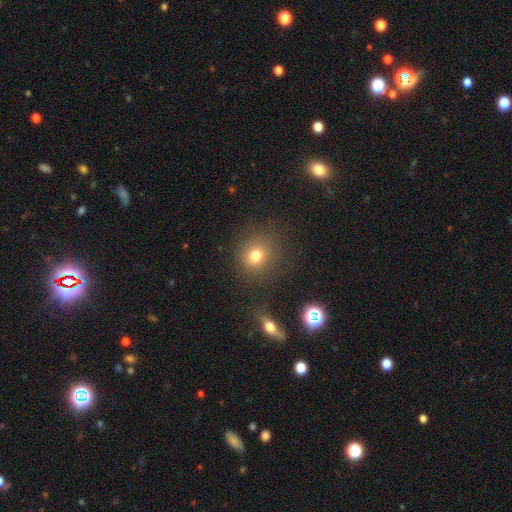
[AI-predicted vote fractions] Q: Smooth or featured?
A: smooth (76%); runner-up: star or artifact (15%)
Q: How rounded?
A: round (82%); runner-up: in between (17%)
Q: Merging?
A: none (81%); runner-up: minor disturbance (11%)